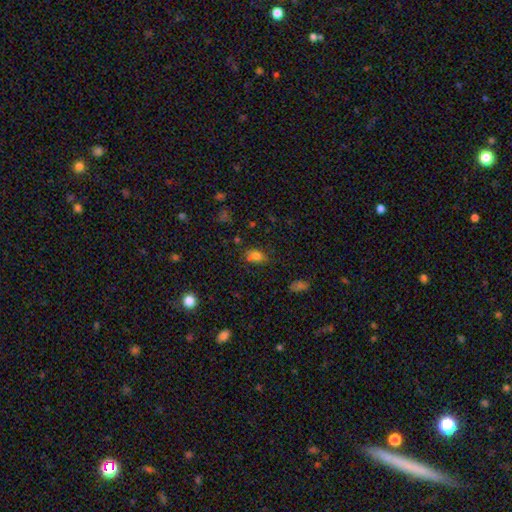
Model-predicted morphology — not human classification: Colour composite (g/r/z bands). It shows a smooth galaxy with no disk features (77%) that is in between round and cigar-shaped (77%). Merging: none (71%).